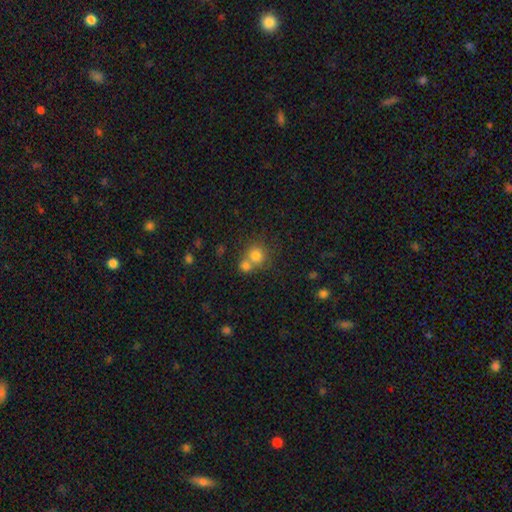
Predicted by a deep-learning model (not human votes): smooth_or_featured: smooth (p=0.77) [alt: star or artifact p=0.12]
how_rounded: round (p=0.83) [alt: in between p=0.16]
merging: merger (p=0.46) [alt: none p=0.43]